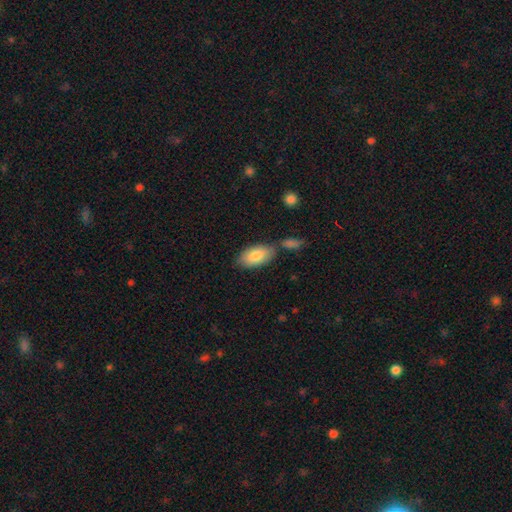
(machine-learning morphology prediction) A smooth galaxy with no disk features (83%) that is in between round and cigar-shaped (94%).

Vote fractions:
- Smooth or featured? smooth: 83% / featured or disk: 11% / star or artifact: 6%
- How rounded? in between: 94% / cigar-shaped: 3% / round: 3%
- Merging? none: 66% / merger: 16% / minor disturbance: 14% / major disturbance: 4%